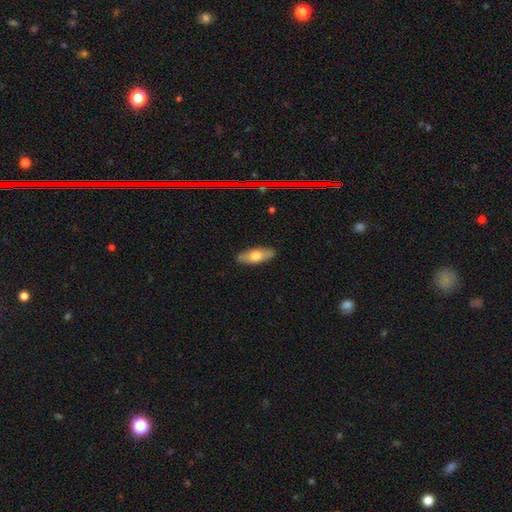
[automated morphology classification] Q: Smooth or featured?
A: smooth (66%); runner-up: featured or disk (27%)
Q: How rounded?
A: in between (81%); runner-up: cigar-shaped (16%)
Q: Merging?
A: none (87%); runner-up: minor disturbance (10%)